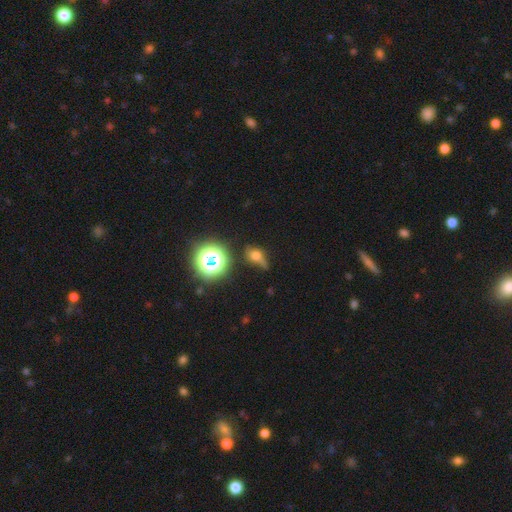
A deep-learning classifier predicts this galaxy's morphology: Q: Smooth or featured?
A: smooth (55%); runner-up: star or artifact (27%)
Q: How rounded?
A: round (48%); runner-up: in between (46%)
Q: Merging?
A: none (38%); runner-up: minor disturbance (29%)